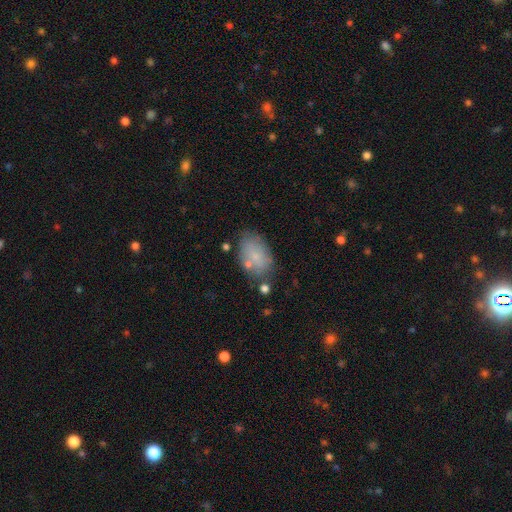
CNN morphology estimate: Q: Smooth or featured?
A: smooth (72%); runner-up: featured or disk (19%)
Q: How rounded?
A: in between (90%); runner-up: round (9%)
Q: Merging?
A: none (67%); runner-up: minor disturbance (19%)